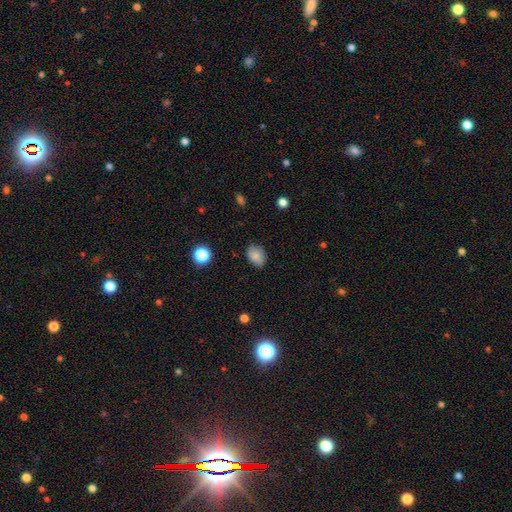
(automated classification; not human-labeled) smooth 83%, star or artifact 9%, featured or disk 8%. Down the decision tree: how rounded — in between (72%); merging — none (80%).